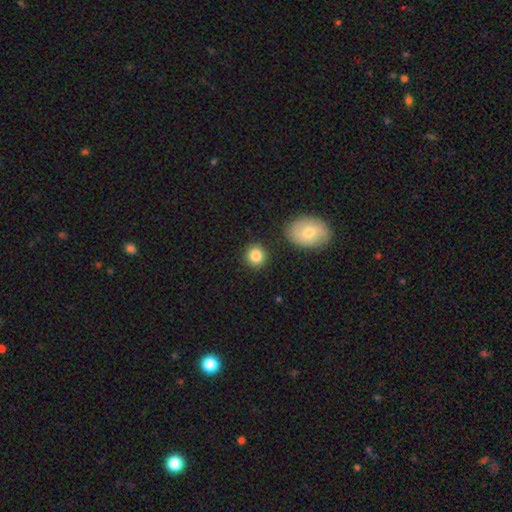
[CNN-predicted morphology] Q: Smooth or featured?
A: smooth (85%); runner-up: star or artifact (9%)
Q: How rounded?
A: round (86%); runner-up: in between (13%)
Q: Merging?
A: none (87%); runner-up: minor disturbance (7%)